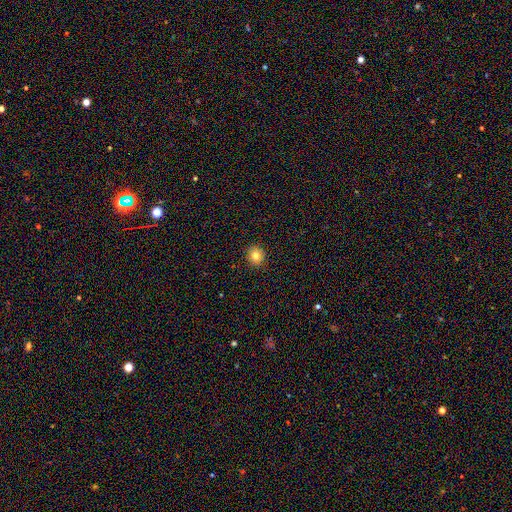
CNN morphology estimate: Overall: smooth (81%). How rounded: round (88%). Merging: none (92%).